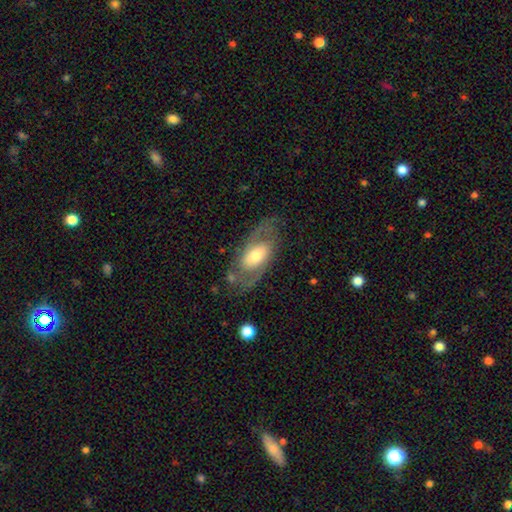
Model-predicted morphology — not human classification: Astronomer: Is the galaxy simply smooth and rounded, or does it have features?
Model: featured or disk — 72%.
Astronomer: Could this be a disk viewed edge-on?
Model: no — 91%.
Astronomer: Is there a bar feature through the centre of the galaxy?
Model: no — 46% (runner-up: weak, 36%).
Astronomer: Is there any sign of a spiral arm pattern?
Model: yes — 80%.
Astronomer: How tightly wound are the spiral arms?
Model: medium — 50% (runner-up: tight, 26%).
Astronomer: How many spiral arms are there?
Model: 2 — 82%.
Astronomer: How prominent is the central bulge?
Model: moderate — 60%.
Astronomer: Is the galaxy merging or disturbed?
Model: none — 71%.